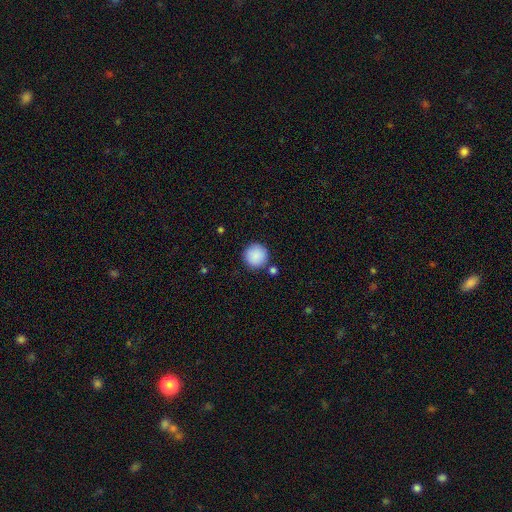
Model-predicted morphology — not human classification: Smooth or featured? smooth (89%)
How rounded? round (95%)
Merging? none (84%)